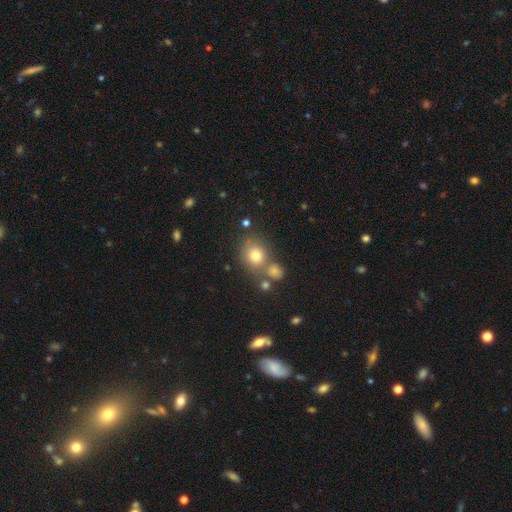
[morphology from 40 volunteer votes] type=smooth (82%); roundness=round (76%); merging=none (67%).